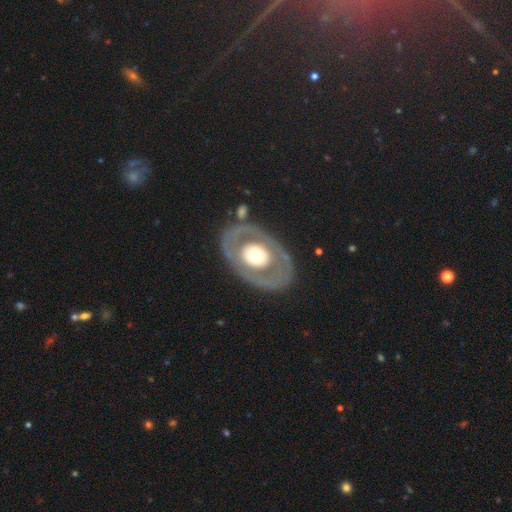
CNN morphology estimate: Smooth or featured? featured or disk (61%)
Edge-on disk? no (91%)
Bar? no (88%)
Spiral arms? no (87%)
Bulge size? moderate (51%)
Merging? none (78%)